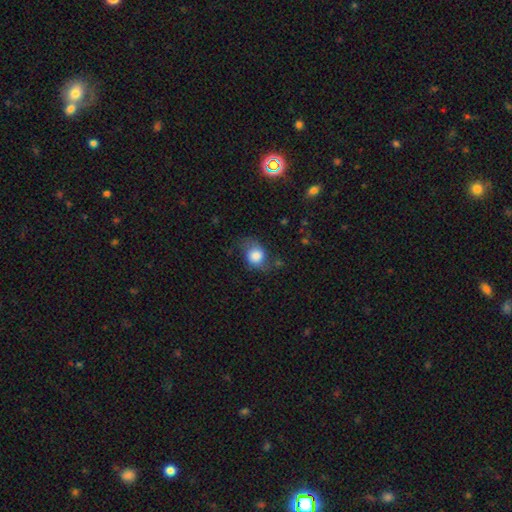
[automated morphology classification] A smooth galaxy with no disk features (74%) that is round (57%).

Vote fractions:
- Smooth or featured? smooth: 74% / featured or disk: 17% / star or artifact: 9%
- How rounded? round: 57% / in between: 42% / cigar-shaped: 1%
- Merging? none: 53% / minor disturbance: 29% / major disturbance: 15% / merger: 2%